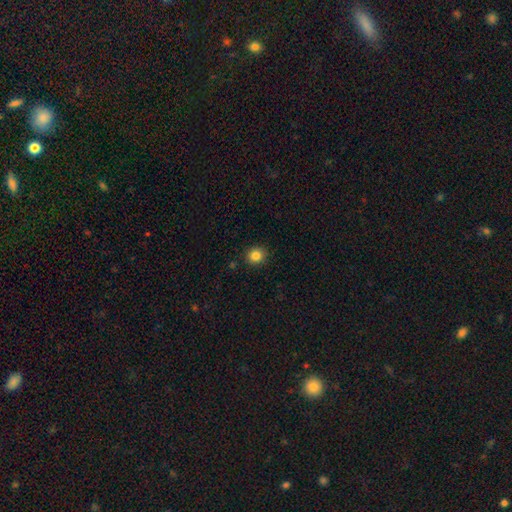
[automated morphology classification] This is clearly a smooth galaxy (84%). How rounded: clearly round (87%). Merging: clearly none (90%).